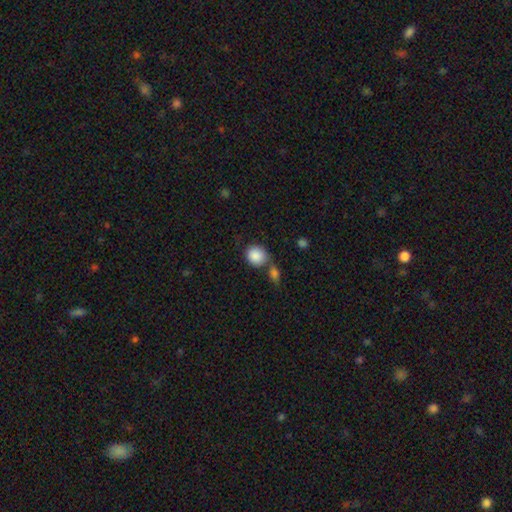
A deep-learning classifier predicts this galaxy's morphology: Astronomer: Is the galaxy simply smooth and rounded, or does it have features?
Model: smooth — 88%.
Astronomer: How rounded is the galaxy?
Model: round — 75%.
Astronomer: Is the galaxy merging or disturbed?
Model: none — 56%.